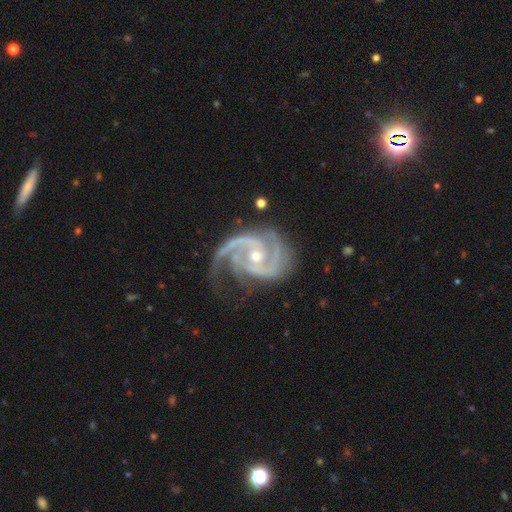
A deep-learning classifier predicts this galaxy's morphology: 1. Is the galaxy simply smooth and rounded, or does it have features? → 94% featured or disk, 4% star or artifact, 2% smooth.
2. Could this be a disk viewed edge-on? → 98% no, 2% yes.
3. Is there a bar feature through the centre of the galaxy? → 54% no, 31% weak, 15% strong.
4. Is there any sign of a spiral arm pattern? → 99% yes, 1% no.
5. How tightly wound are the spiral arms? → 52% medium, 39% tight, 9% loose.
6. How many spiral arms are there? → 53% 2, 29% 3, 5% can't tell, 5% 4, 4% 1, 4% more than 4.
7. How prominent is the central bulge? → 54% moderate, 43% small, 1% large, 1% none, 1% dominant.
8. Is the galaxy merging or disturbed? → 61% none, 24% minor disturbance, 13% major disturbance, 2% merger.